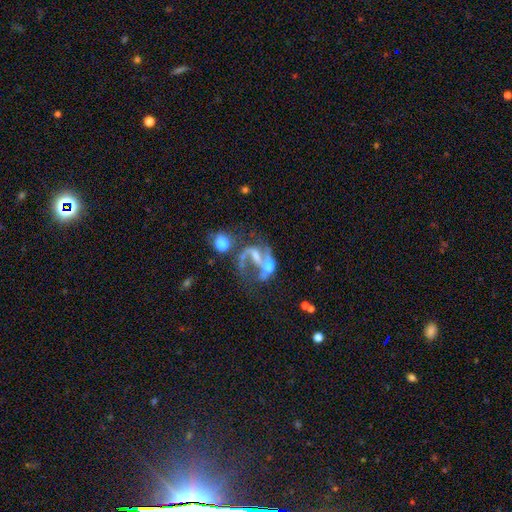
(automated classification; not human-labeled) smooth-or-featured: featured or disk: 74% | smooth: 14% | star or artifact: 12%
  disk-edge-on: no: 97% | yes: 3%
    bar: no: 41% | weak: 34% | strong: 25%
    has-spiral-arms: yes: 77% | no: 23%
      spiral-winding: loose: 59% | medium: 32% | tight: 10%
      spiral-arm-count: 2: 61% | 1: 28% | can't tell: 7% | 3: 2% | 4: 1% | more than 4: 1%
    bulge-size: moderate: 37% | small: 34% | none: 19% | large: 8% | dominant: 3%
  merging: merger: 46% | major disturbance: 24% | none: 21% | minor disturbance: 10%